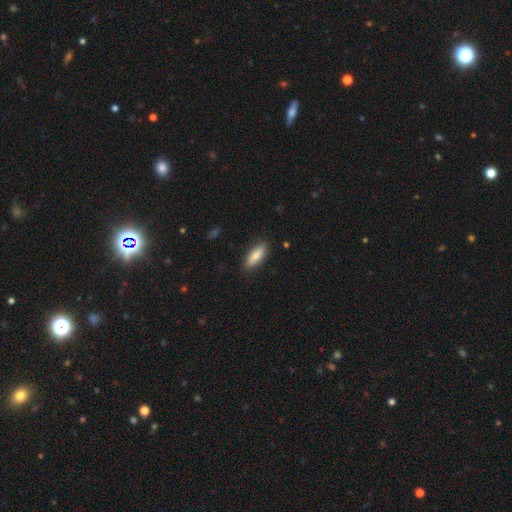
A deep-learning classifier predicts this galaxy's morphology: This appears to be a smooth galaxy with no disk features (84%) that is in between round and cigar-shaped (64%). Merging: none (86%).